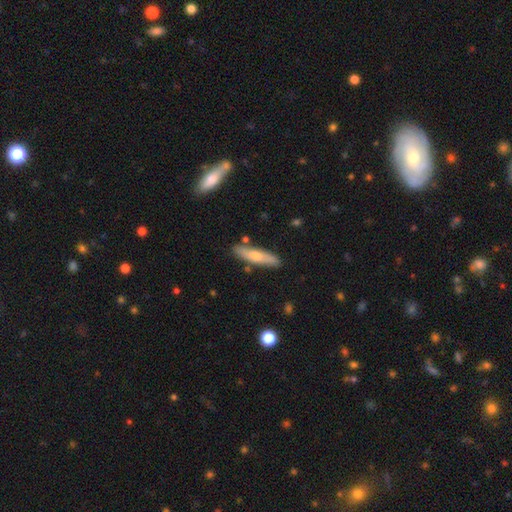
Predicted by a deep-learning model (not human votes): Overall: smooth (60%; featured or disk 34%). How rounded: cigar-shaped (81%). Merging: none (85%).